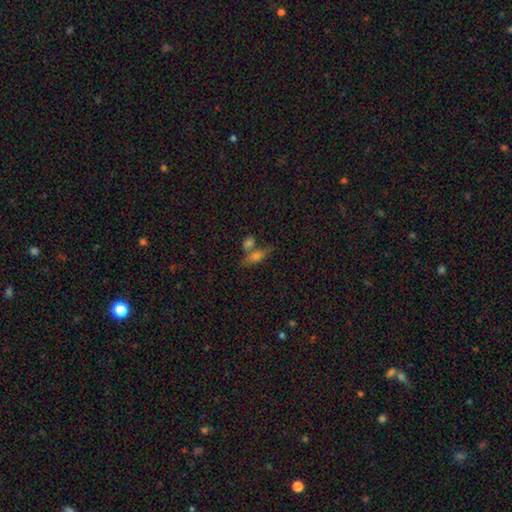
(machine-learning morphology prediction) smooth 50%, featured or disk 36%, star or artifact 14%. Down the decision tree: merging — none (56%).